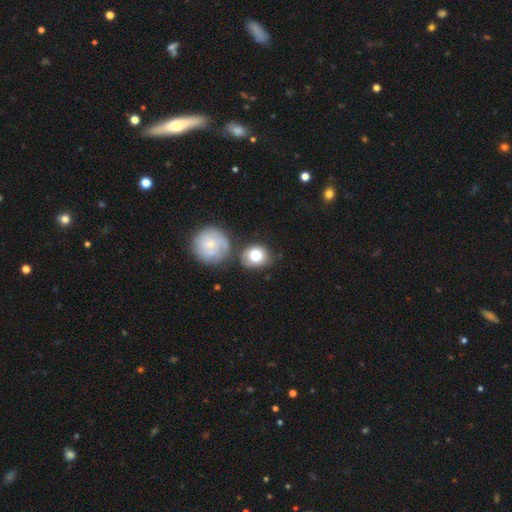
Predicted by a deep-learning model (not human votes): smooth-or-featured: smooth: 73% | featured or disk: 20% | star or artifact: 7%
  how-rounded: round: 74% | in between: 25% | cigar-shaped: 1%
  merging: none: 61% | minor disturbance: 17% | merger: 15% | major disturbance: 7%